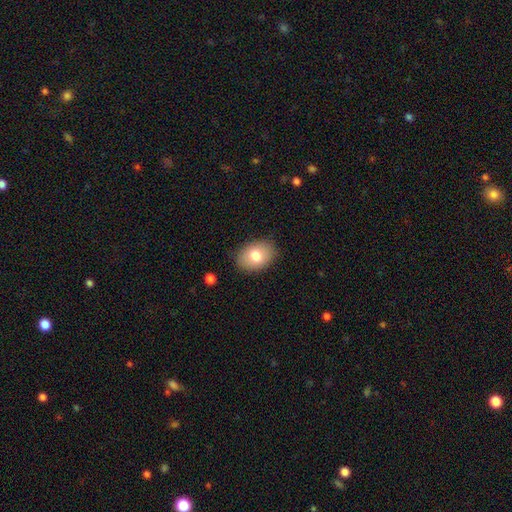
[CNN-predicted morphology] Q: Smooth or featured?
A: smooth (78%); runner-up: featured or disk (14%)
Q: How rounded?
A: in between (80%); runner-up: round (19%)
Q: Merging?
A: none (86%); runner-up: minor disturbance (10%)